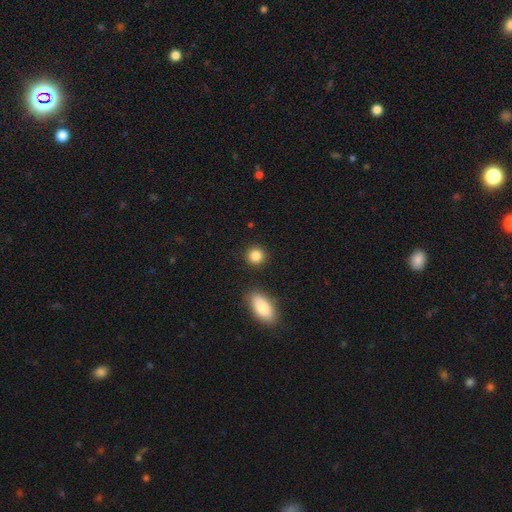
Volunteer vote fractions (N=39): A smooth galaxy with no disk features (87%) that is round (85%). Merging: none (89%).